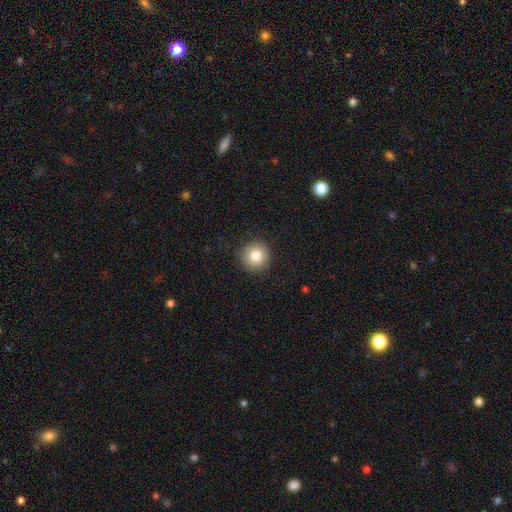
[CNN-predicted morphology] Smooth or featured? smooth (82%)
How rounded? round (95%)
Merging? none (91%)